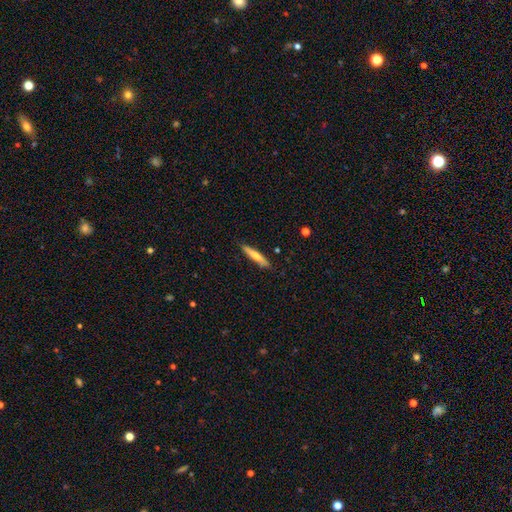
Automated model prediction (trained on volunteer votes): This is likely a smooth galaxy (69%). How rounded: clearly cigar-shaped (91%). Merging: clearly none (86%).